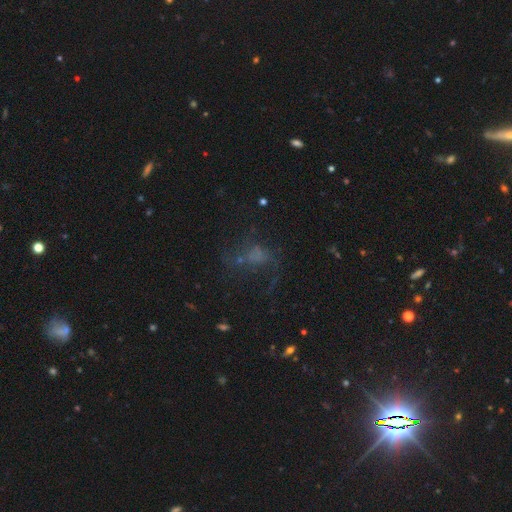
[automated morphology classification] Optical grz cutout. It shows a smooth galaxy with no disk features (37%). Merging: none (42%).